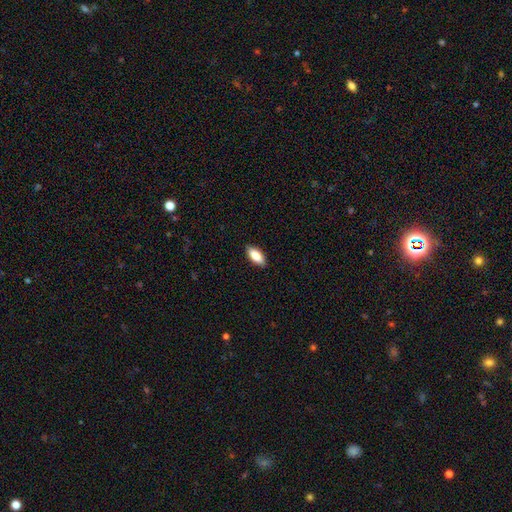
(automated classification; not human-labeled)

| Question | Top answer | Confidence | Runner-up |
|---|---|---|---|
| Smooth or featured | smooth | 84% | featured or disk (10%) |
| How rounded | in between | 85% | cigar-shaped (13%) |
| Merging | none | 89% | minor disturbance (9%) |